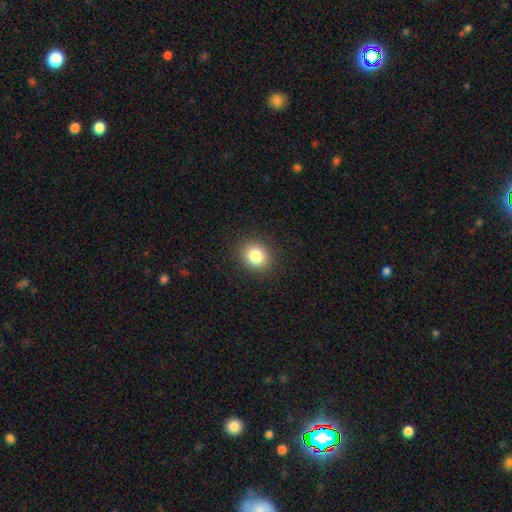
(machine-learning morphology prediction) Smooth or featured: smooth — 83% (star or artifact — 10%)
How rounded: round — 70% (in between — 29%)
Merging: none — 90% (minor disturbance — 7%)